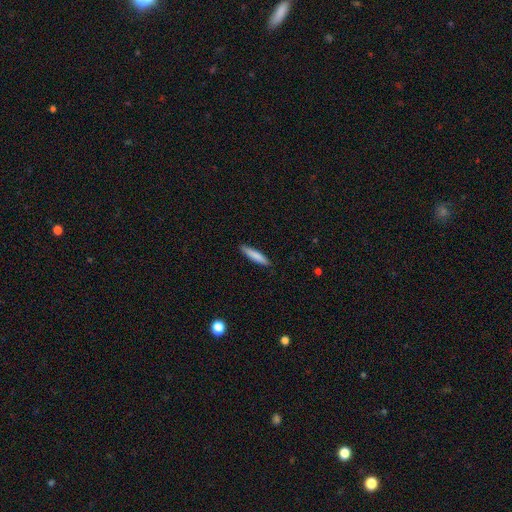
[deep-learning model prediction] Overall: smooth (82%). How rounded: cigar-shaped (86%). Merging: none (88%).